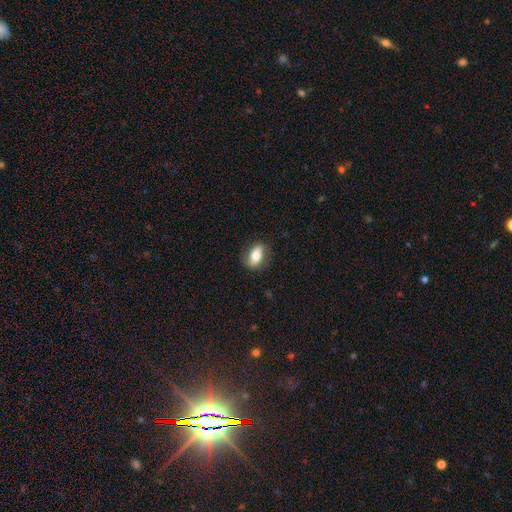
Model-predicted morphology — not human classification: The model was most divided on "smooth or featured": smooth: 56%, featured or disk: 37%, star or artifact: 8%. More confident: how rounded — in between (80%); merging — none (79%).